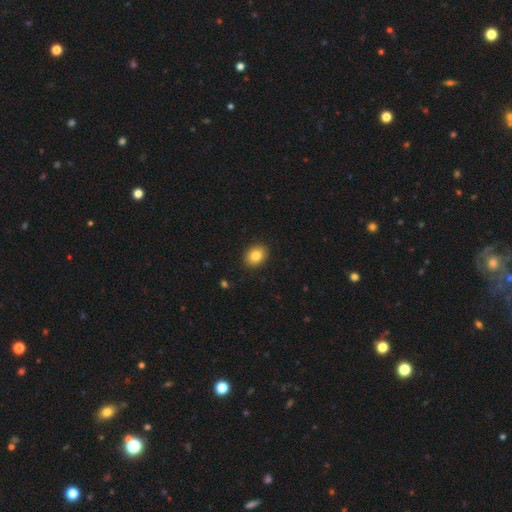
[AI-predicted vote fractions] Smooth or featured?
  - smooth: 85% *
  - star or artifact: 9%
  - featured or disk: 7%
How rounded?
  - in between: 59% *
  - round: 40%
  - cigar-shaped: 1%
Merging?
  - none: 90% *
  - minor disturbance: 7%
  - major disturbance: 2%
  - merger: 1%